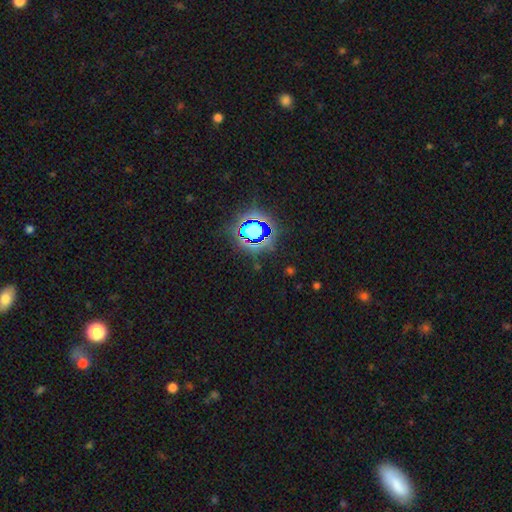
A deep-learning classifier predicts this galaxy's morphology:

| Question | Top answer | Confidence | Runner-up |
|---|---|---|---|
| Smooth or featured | star or artifact | 75% | smooth (17%) |